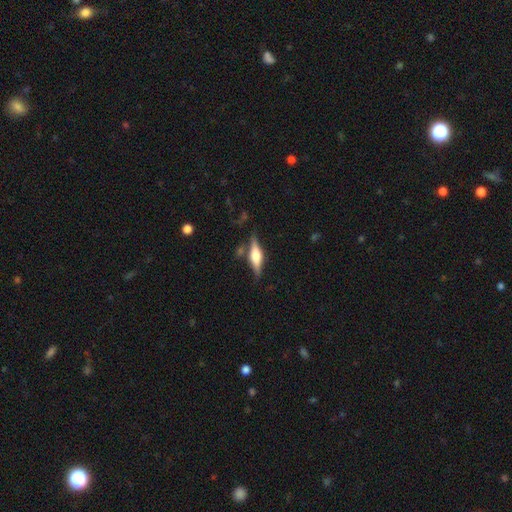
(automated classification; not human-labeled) A featured or disk galaxy (59%) viewed edge-on (94%) with a rounded central bulge (83%).

Vote fractions:
- Smooth or featured? featured or disk: 59% / smooth: 35% / star or artifact: 7%
- Edge-on disk? yes: 94% / no: 6%
- Edge-on bulge? rounded: 83% / boxy: 14% / none: 3%
- Merging? none: 74% / minor disturbance: 16% / merger: 5% / major disturbance: 5%